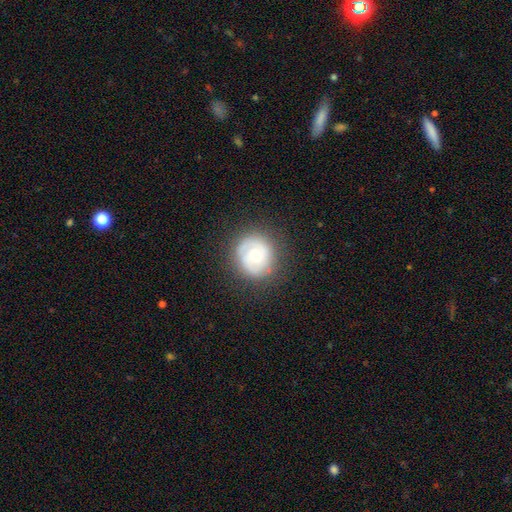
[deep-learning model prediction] Smooth or featured?
  - smooth: 47% *
  - featured or disk: 45%
  - star or artifact: 8%
Merging?
  - none: 76% *
  - minor disturbance: 16%
  - major disturbance: 7%
  - merger: 1%